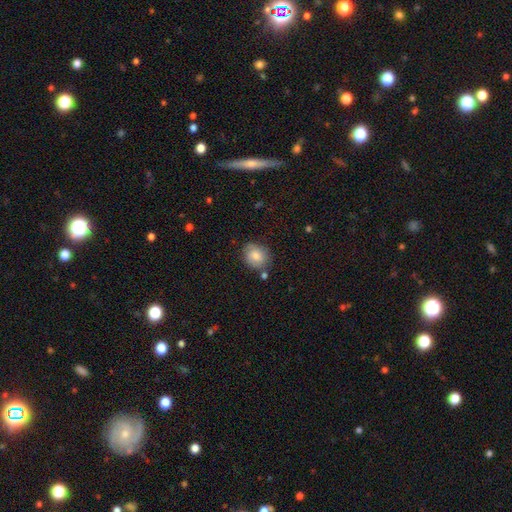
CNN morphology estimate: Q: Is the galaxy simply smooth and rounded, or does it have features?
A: smooth — 68%.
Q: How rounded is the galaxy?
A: round — 67%.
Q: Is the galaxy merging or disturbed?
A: none — 71%.